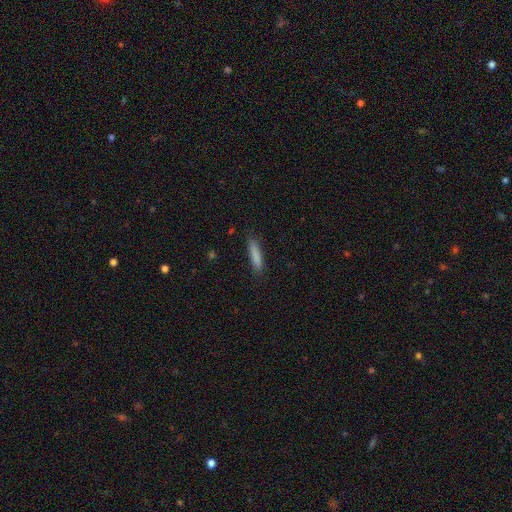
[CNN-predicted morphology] A smooth galaxy with no disk features (84%) that is cigar-shaped (85%). Merging: none (86%).